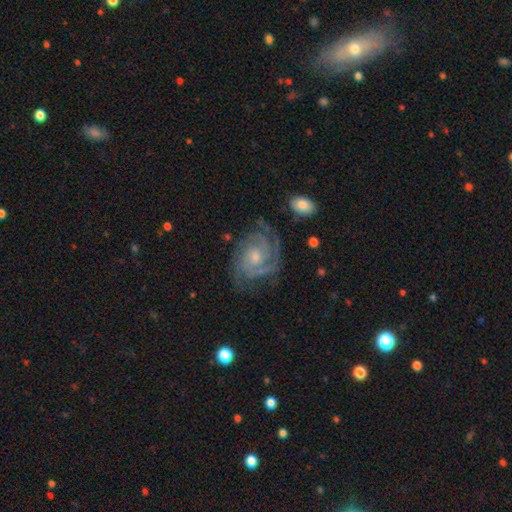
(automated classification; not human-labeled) Smooth or featured?
  - featured or disk: 89% *
  - smooth: 6%
  - star or artifact: 5%
Edge-on disk?
  - no: 98% *
  - yes: 2%
Bar?
  - no: 69% *
  - weak: 26%
  - strong: 5%
Spiral arms?
  - yes: 97% *
  - no: 3%
Spiral winding?
  - tight: 66% *
  - medium: 29%
  - loose: 5%
Spiral arm count?
  - 2: 35% *
  - 3: 31%
  - can't tell: 16%
  - 4: 8%
  - 1: 5%
  - more than 4: 5%
Bulge size?
  - small: 54% *
  - moderate: 40%
  - none: 3%
  - large: 2%
  - dominant: 1%
Merging?
  - none: 71% *
  - minor disturbance: 18%
  - major disturbance: 9%
  - merger: 2%